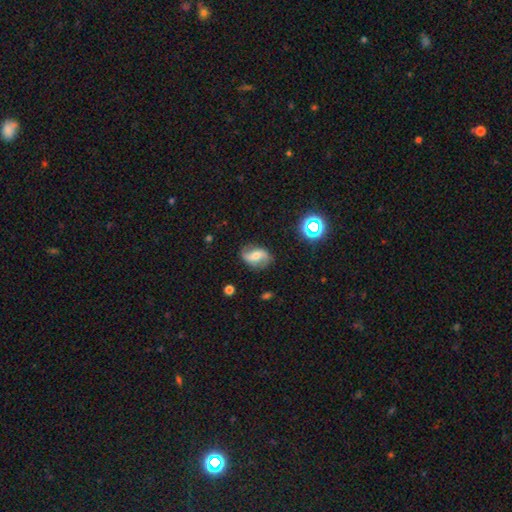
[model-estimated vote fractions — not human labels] smooth-or-featured: featured or disk: 63% | smooth: 27% | star or artifact: 10%
  disk-edge-on: no: 95% | yes: 5%
    bar: weak: 38% | no: 34% | strong: 28%
    has-spiral-arms: yes: 89% | no: 11%
      spiral-winding: loose: 67% | medium: 24% | tight: 9%
      spiral-arm-count: 2: 89% | can't tell: 5% | 1: 3% | 3: 1% | 4: 1% | more than 4: 1%
    bulge-size: moderate: 49% | small: 35% | large: 8% | none: 6% | dominant: 2%
  merging: none: 77% | minor disturbance: 17% | major disturbance: 5% | merger: 2%